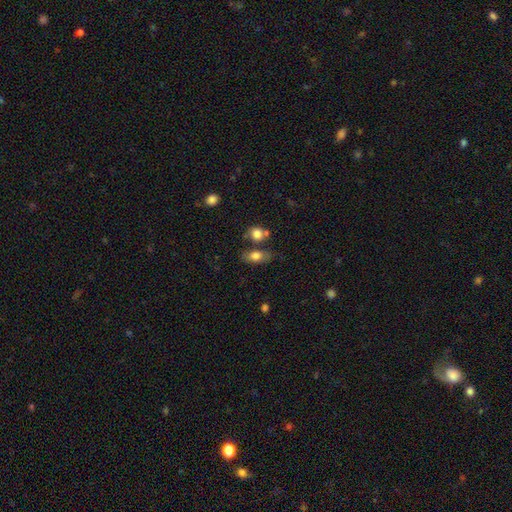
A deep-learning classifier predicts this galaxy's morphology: A smooth galaxy with no disk features (75%) that is in between round and cigar-shaped (80%). Merging: none (60%).